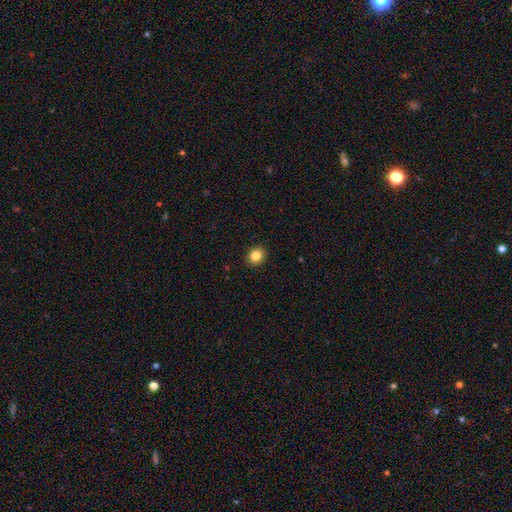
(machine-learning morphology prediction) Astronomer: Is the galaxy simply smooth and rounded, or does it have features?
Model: smooth — 84%.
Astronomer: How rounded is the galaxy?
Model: round — 75%.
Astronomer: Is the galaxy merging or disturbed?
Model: none — 92%.